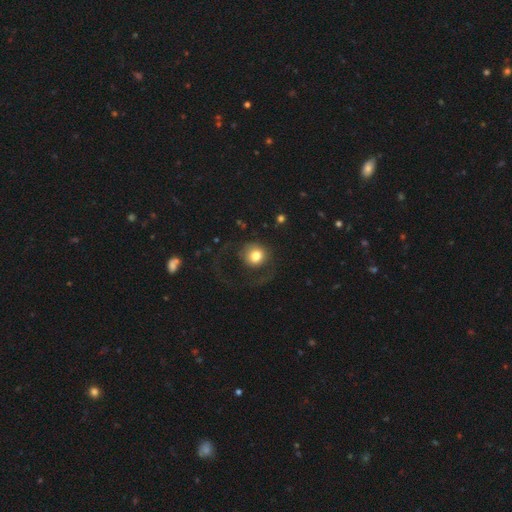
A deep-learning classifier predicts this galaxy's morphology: Overall: smooth (71%). How rounded: round (88%). Merging: major disturbance (42%, tied with none).